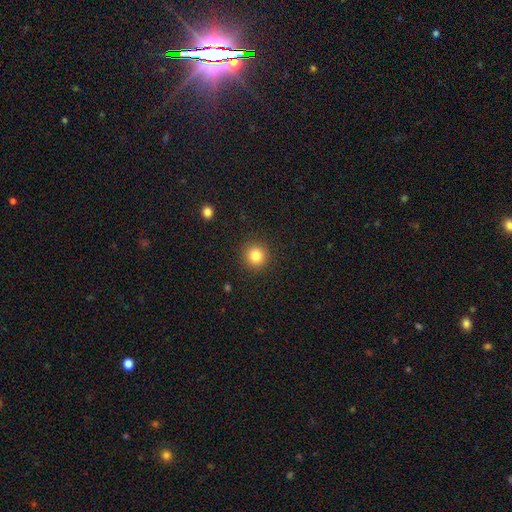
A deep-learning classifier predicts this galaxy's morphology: Q: Smooth or featured?
A: smooth (84%); runner-up: star or artifact (11%)
Q: How rounded?
A: round (93%); runner-up: in between (6%)
Q: Merging?
A: none (91%); runner-up: minor disturbance (6%)